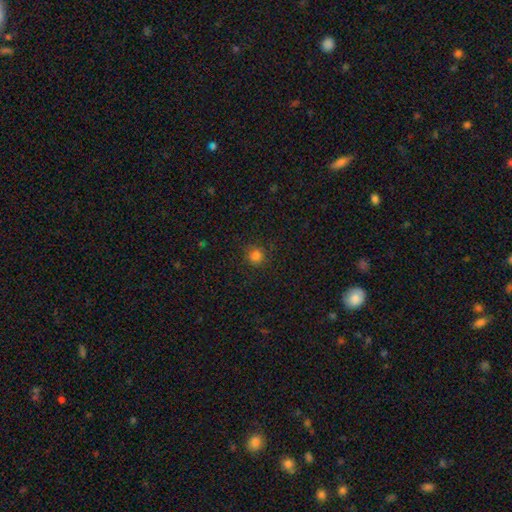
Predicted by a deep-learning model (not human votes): smooth 82%, star or artifact 13%, featured or disk 4%. Down the decision tree: how rounded — round (92%); merging — none (88%).